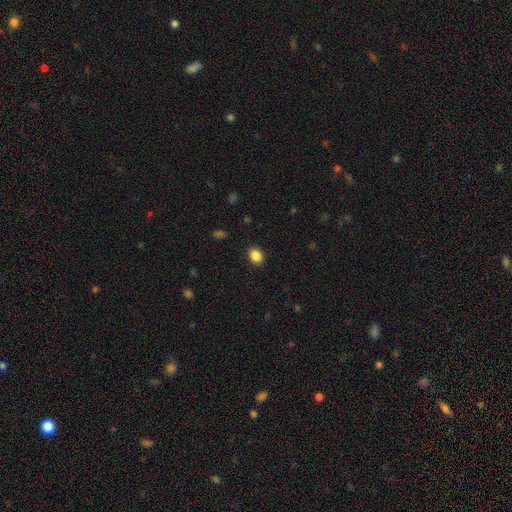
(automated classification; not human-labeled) This is clearly a smooth galaxy (87%). How rounded: likely in between (60%). Merging: clearly none (90%).